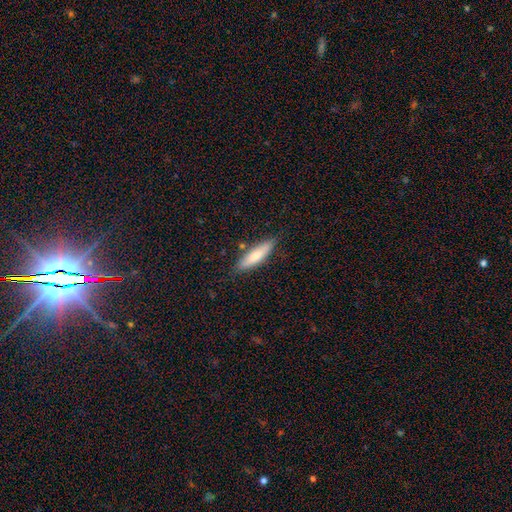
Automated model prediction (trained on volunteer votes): This appears to be a smooth galaxy with no disk features (74%) that is cigar-shaped (68%). Merging: none (81%).